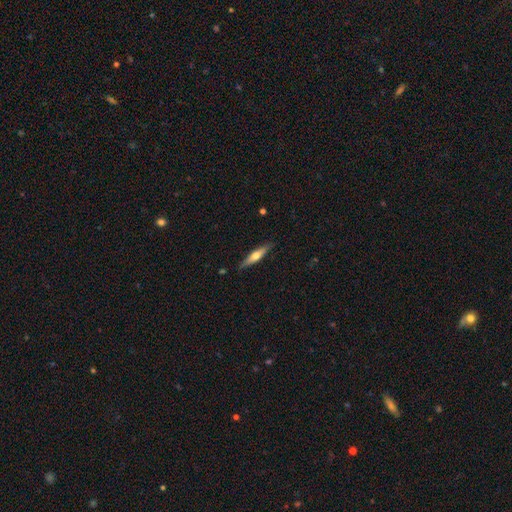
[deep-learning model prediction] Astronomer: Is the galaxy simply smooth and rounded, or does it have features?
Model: featured or disk — 52% (runner-up: smooth, 42%).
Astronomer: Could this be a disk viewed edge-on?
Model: yes — 93%.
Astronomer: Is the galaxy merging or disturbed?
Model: none — 86%.